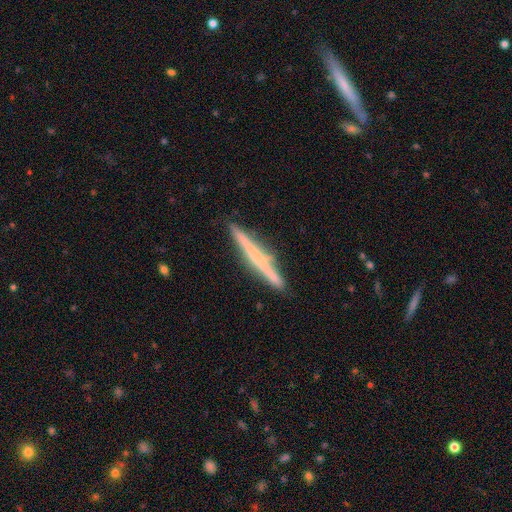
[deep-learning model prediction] A featured or disk galaxy (54%) viewed edge-on (97%) with no central bulge (72%). Merging: none (88%).